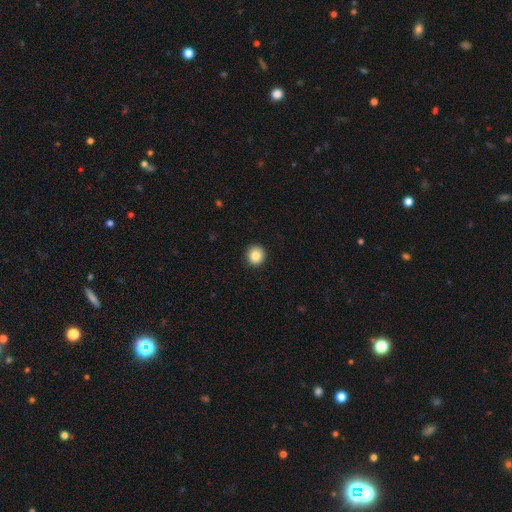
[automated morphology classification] Q: Smooth or featured?
A: smooth (87%); runner-up: star or artifact (9%)
Q: How rounded?
A: round (89%); runner-up: in between (10%)
Q: Merging?
A: none (91%); runner-up: minor disturbance (6%)